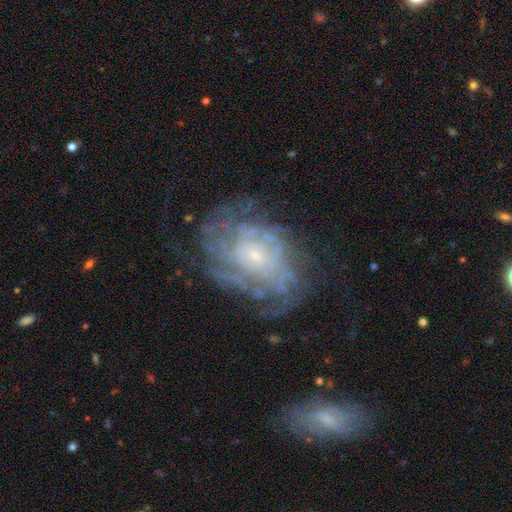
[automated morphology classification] This is clearly a featured or disk galaxy (80%). It is clearly not viewed edge-on (96%). Bar: likely no (78%). Spiral arm pattern: clearly yes (86%). Spiral arm count: possibly can't tell (47%). Spiral winding: likely tight (63%). Central bulge: likely small (78%). Merging: likely none (64%).